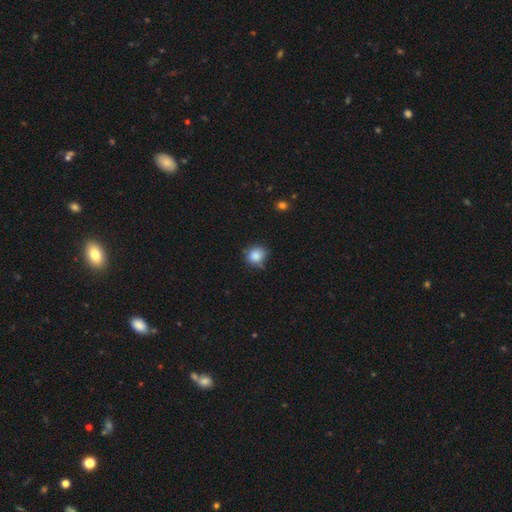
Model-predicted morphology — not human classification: This is clearly a smooth galaxy (85%). How rounded: likely round (76%). Merging: likely none (73%).